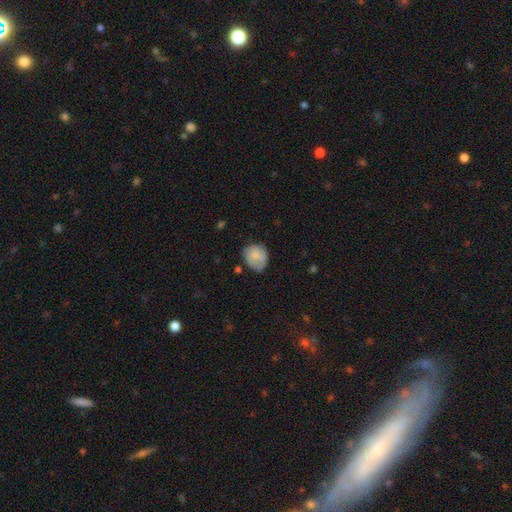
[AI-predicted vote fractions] Smooth or featured? smooth (77%)
How rounded? round (63%)
Merging? none (58%)